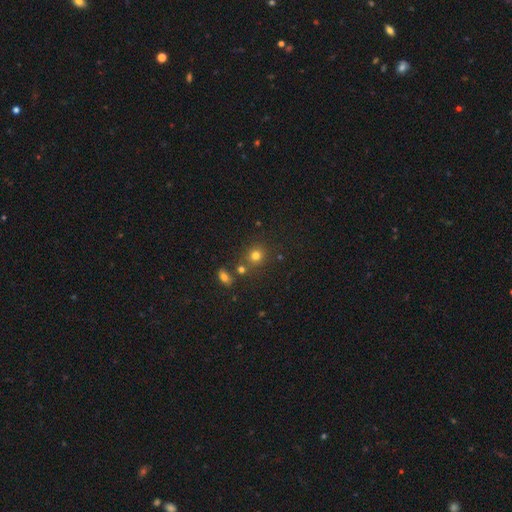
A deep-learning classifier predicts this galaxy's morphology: A smooth galaxy with no disk features (74%) that is round (85%). Merging: none (74%).